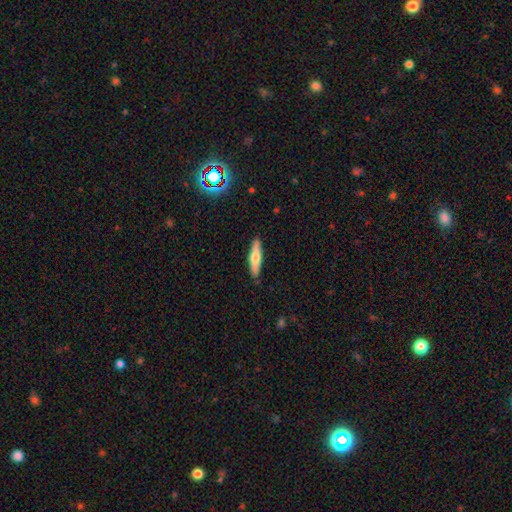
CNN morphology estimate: This appears to be a smooth galaxy with no disk features (46%). Merging: none (89%).